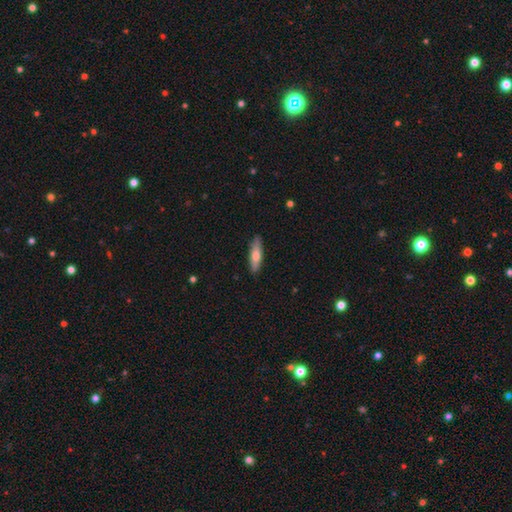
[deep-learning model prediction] Q: Smooth or featured?
A: smooth (66%); runner-up: featured or disk (28%)
Q: How rounded?
A: cigar-shaped (64%); runner-up: in between (34%)
Q: Merging?
A: none (87%); runner-up: minor disturbance (10%)